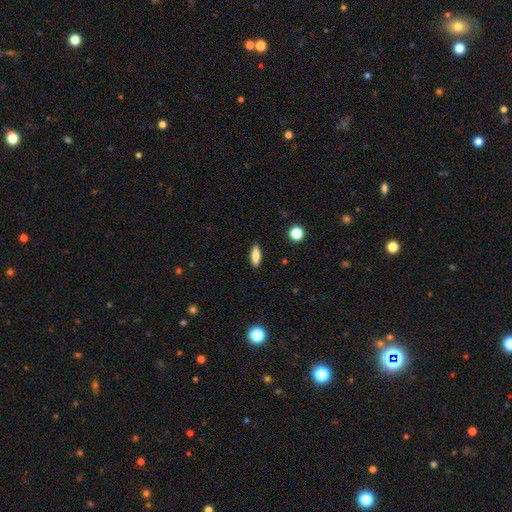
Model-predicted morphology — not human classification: Smooth or featured: smooth — 79% (featured or disk — 13%)
How rounded: in between — 52% (cigar-shaped — 45%)
Merging: none — 90% (minor disturbance — 7%)